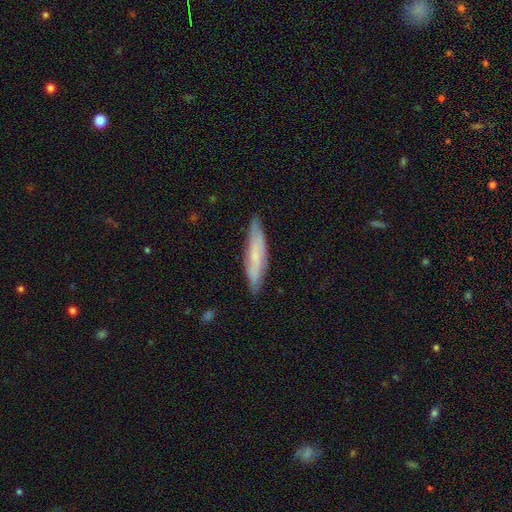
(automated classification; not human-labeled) Morphology: type=smooth (52%); roundness=cigar-shaped (83%); merging=none (82%).